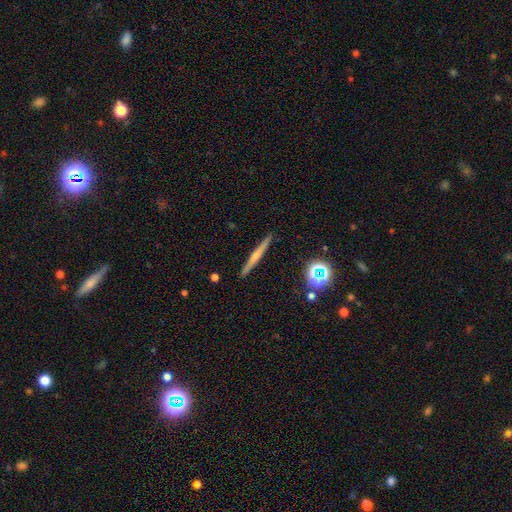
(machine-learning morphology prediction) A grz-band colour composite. It shows a featured or disk galaxy (58%) viewed edge-on (97%) with a rounded central bulge (56%). Merging: none (91%).